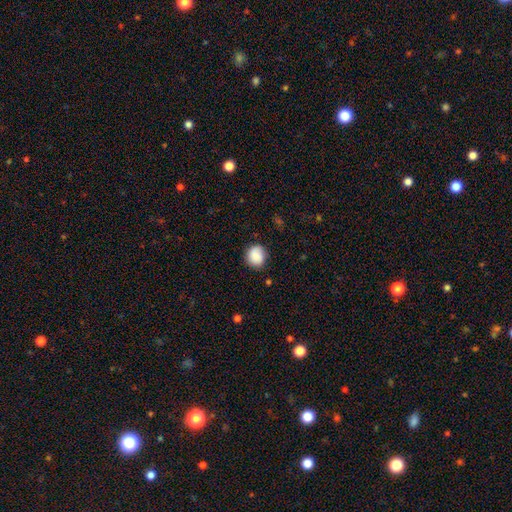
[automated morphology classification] The model was most divided on "how rounded": round: 82%, in between: 17%, cigar-shaped: 1%. More confident: smooth or featured — smooth (85%); merging — none (82%).